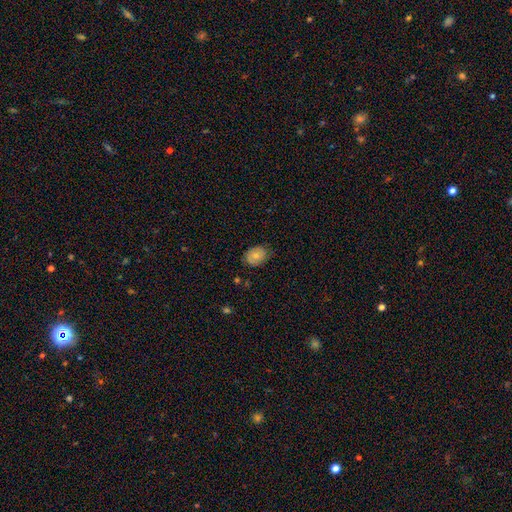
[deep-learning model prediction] smooth 71%, featured or disk 21%, star or artifact 8%. Down the decision tree: how rounded — in between (57%); merging — none (73%).